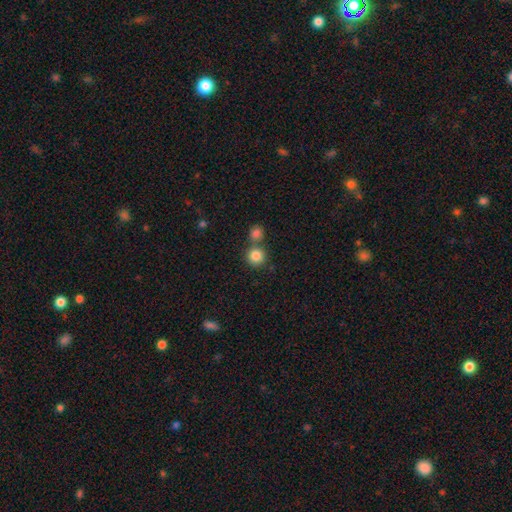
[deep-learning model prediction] Smooth or featured: smooth — 84% (star or artifact — 10%)
How rounded: round — 92% (in between — 7%)
Merging: none — 64% (merger — 27%)